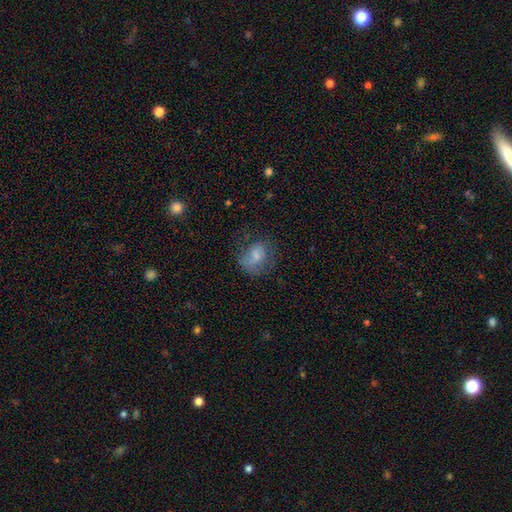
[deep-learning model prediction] smooth_or_featured: smooth (p=0.60) [alt: featured or disk p=0.30]
how_rounded: round (p=0.51) [alt: in between p=0.48]
merging: none (p=0.45) [alt: major disturbance p=0.25]